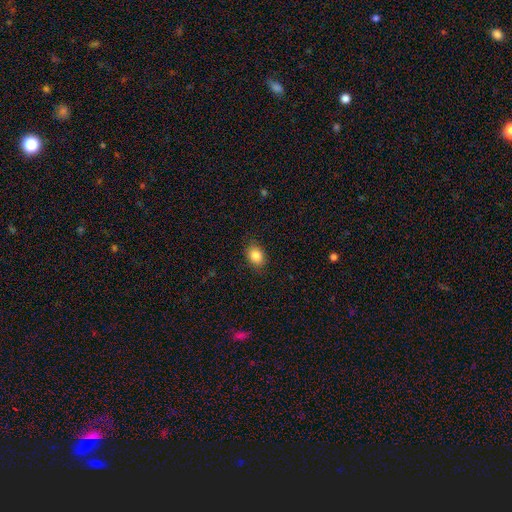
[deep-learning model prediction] smooth_or_featured: smooth (p=0.86) [alt: star or artifact p=0.09]
how_rounded: in between (p=0.67) [alt: round p=0.32]
merging: none (p=0.86) [alt: minor disturbance p=0.10]